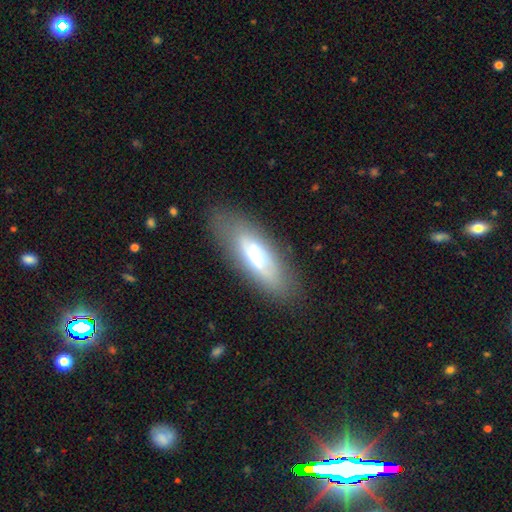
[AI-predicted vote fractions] smooth-or-featured: smooth: 58% | featured or disk: 34% | star or artifact: 8%
  how-rounded: in between: 51% | cigar-shaped: 47% | round: 2%
  merging: none: 76% | minor disturbance: 16% | major disturbance: 6% | merger: 2%